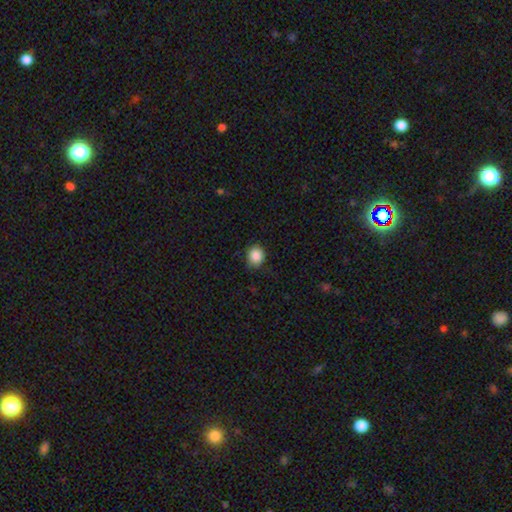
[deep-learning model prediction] Morphology: type=smooth (88%); roundness=round (78%); merging=none (82%).